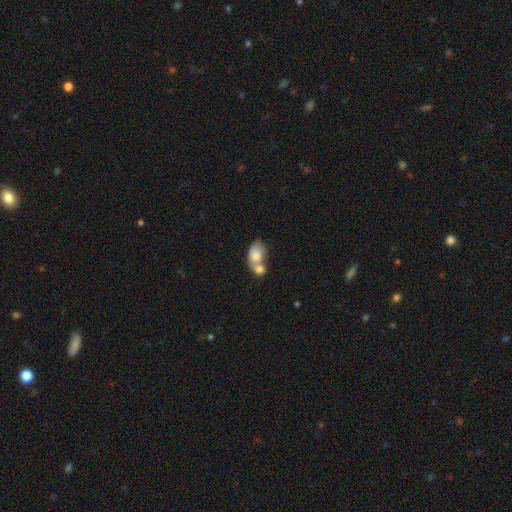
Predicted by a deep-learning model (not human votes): A smooth galaxy with no disk features (77%) that is in between round and cigar-shaped (80%).

Vote fractions:
- Smooth or featured? smooth: 77% / featured or disk: 17% / star or artifact: 7%
- How rounded? in between: 80% / round: 18% / cigar-shaped: 2%
- Merging? merger: 69% / none: 18% / minor disturbance: 8% / major disturbance: 5%